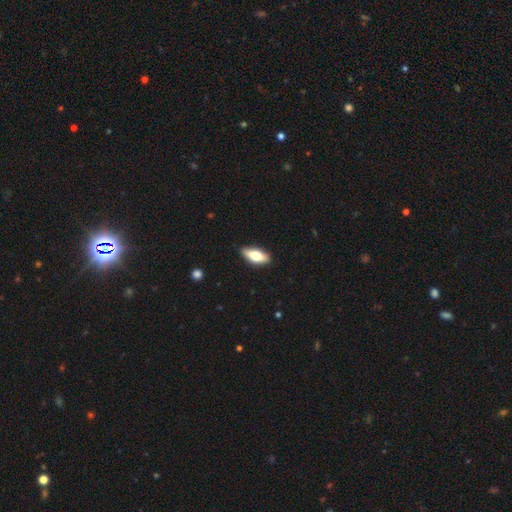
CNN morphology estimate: Overall: smooth (66%; featured or disk 28%). How rounded: in between (79%). Merging: none (85%).